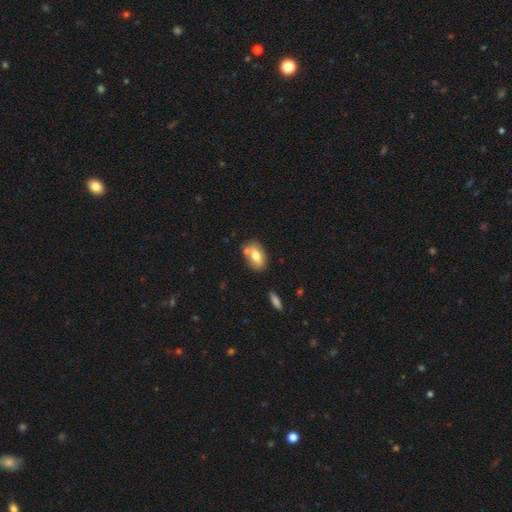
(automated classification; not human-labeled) Morphology: type=smooth (72%); roundness=in between (88%); merging=none (65%).